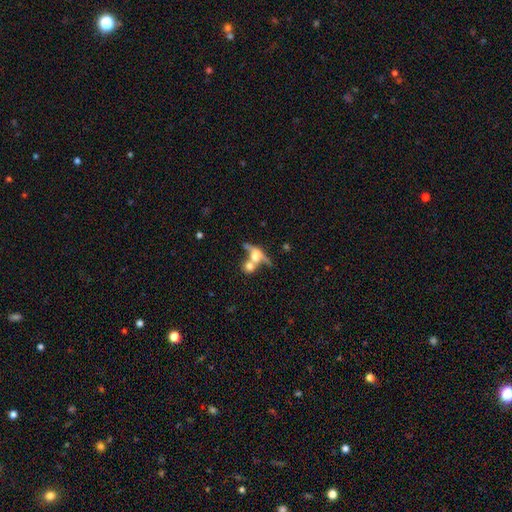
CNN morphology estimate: smooth_or_featured: featured or disk (p=0.51) [alt: smooth p=0.37]
disk_edge_on: yes (p=0.59) [alt: no p=0.41]
merging: merger (p=0.50) [alt: none p=0.30]